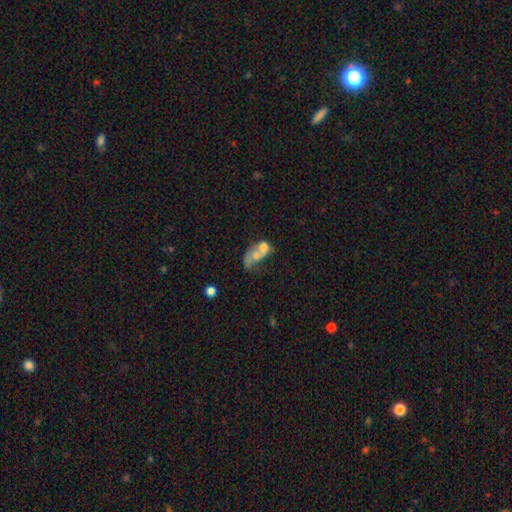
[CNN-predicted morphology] smooth-or-featured: smooth: 51% | featured or disk: 38% | star or artifact: 11%
  how-rounded: in between: 68% | round: 29% | cigar-shaped: 3%
  merging: merger: 69% | none: 12% | major disturbance: 11% | minor disturbance: 7%